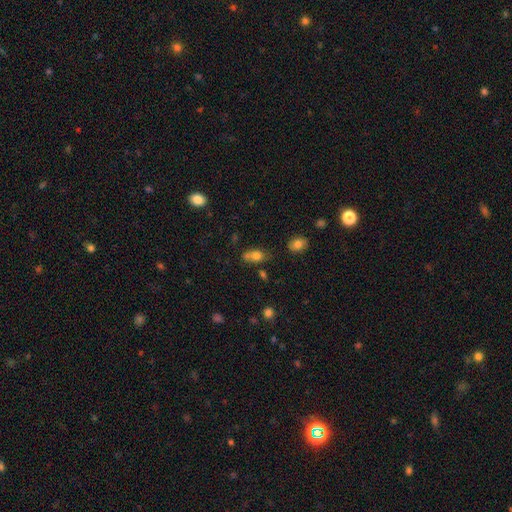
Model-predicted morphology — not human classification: Q: Smooth or featured?
A: smooth (75%); runner-up: featured or disk (14%)
Q: How rounded?
A: in between (73%); runner-up: round (22%)
Q: Merging?
A: none (45%); runner-up: merger (27%)